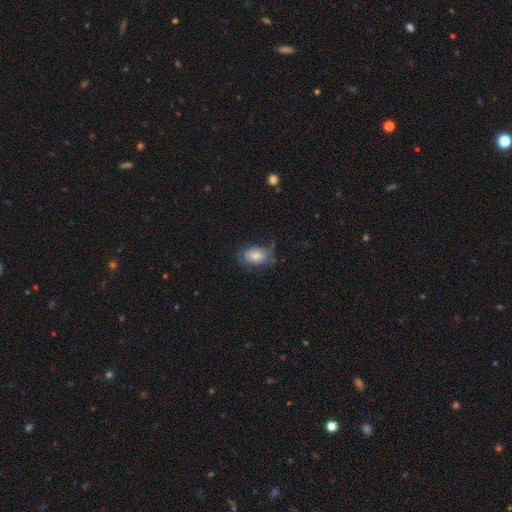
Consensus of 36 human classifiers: Overall: smooth (89%). How rounded: in between (94%). Merging: none (69%).